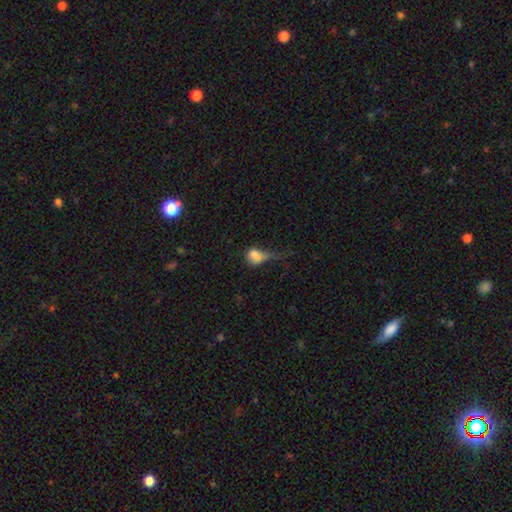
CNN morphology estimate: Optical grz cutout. It shows a smooth galaxy with no disk features (71%) that is in between round and cigar-shaped (60%). Merging: major disturbance (48%).